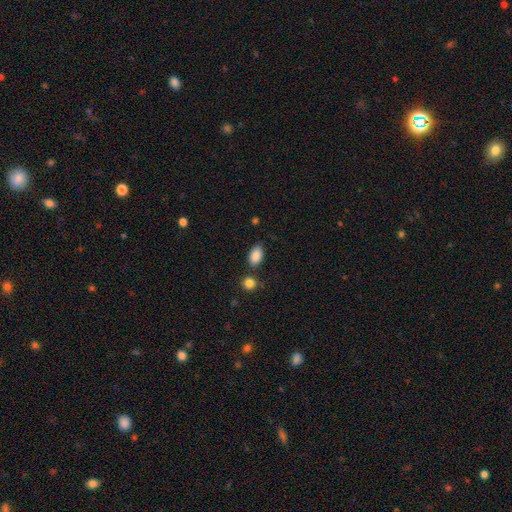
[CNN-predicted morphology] This is clearly a smooth galaxy (87%). How rounded: clearly in between (90%). Merging: likely none (75%).